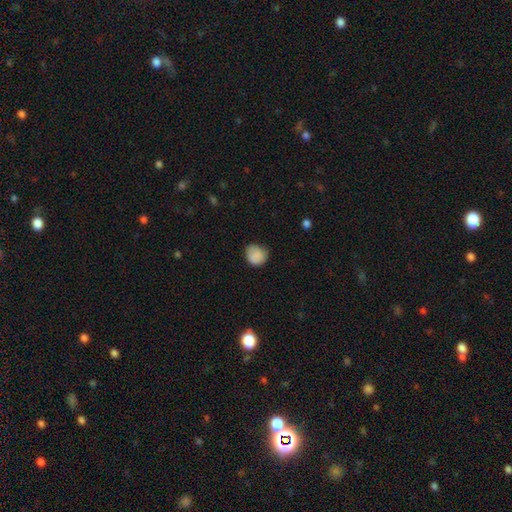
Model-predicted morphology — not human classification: smooth_or_featured: smooth (p=0.86) [alt: star or artifact p=0.09]
how_rounded: round (p=0.76) [alt: in between p=0.23]
merging: none (p=0.65) [alt: minor disturbance p=0.29]